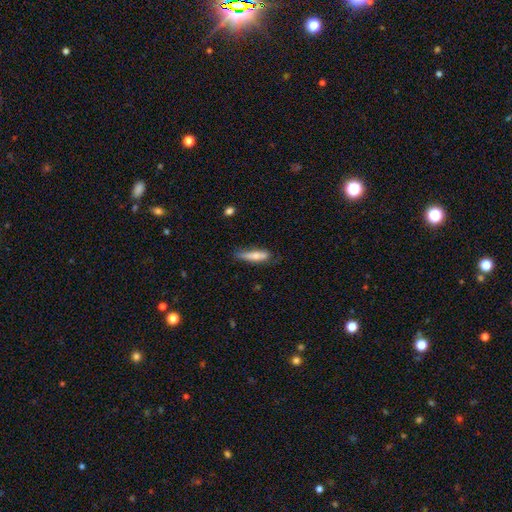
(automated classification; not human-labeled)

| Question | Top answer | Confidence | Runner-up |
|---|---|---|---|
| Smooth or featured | smooth | 65% | featured or disk (29%) |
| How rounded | cigar-shaped | 73% | in between (25%) |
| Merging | none | 63% | minor disturbance (27%) |